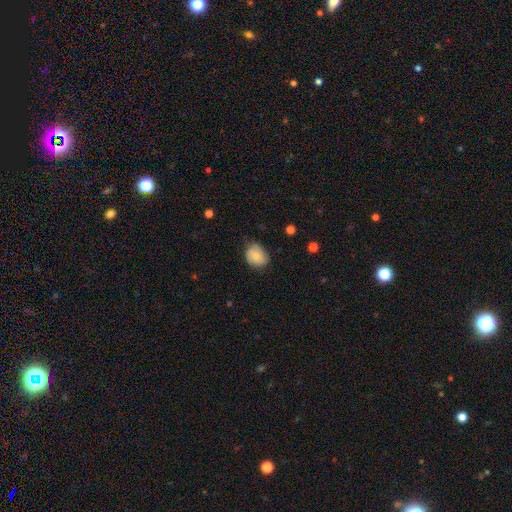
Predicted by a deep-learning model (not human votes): Smooth or featured: smooth — 75% (featured or disk — 17%)
How rounded: round — 50% (in between — 49%)
Merging: none — 61% (minor disturbance — 32%)